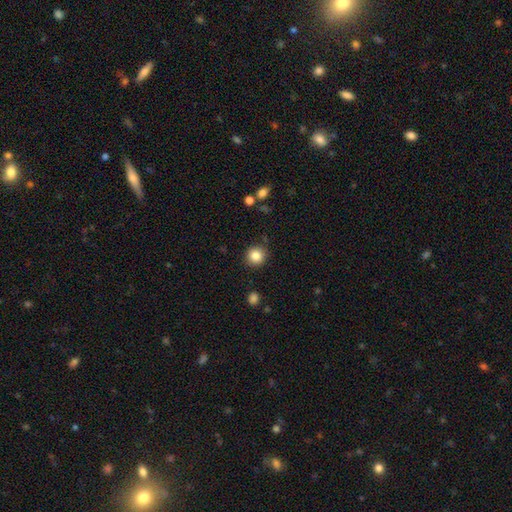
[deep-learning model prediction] This is clearly a smooth galaxy (85%). How rounded: clearly round (92%). Merging: clearly none (89%).